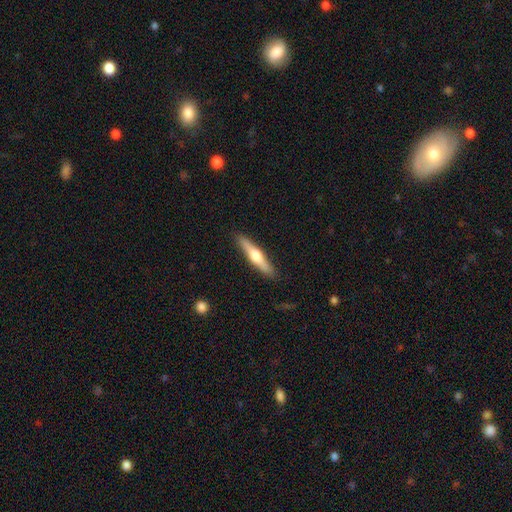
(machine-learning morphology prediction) type=featured or disk (54%); edge-on=yes (96%); edge-on bulge=rounded (92%); merging=none (89%).